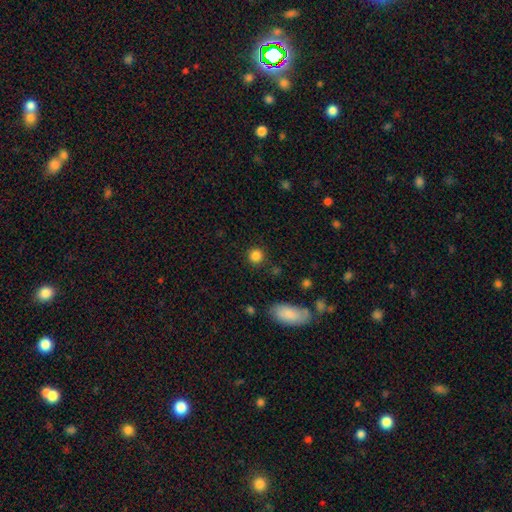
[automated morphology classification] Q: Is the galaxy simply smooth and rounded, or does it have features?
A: smooth — 84%.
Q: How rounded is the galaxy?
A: round — 91%.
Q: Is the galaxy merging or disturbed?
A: none — 87%.